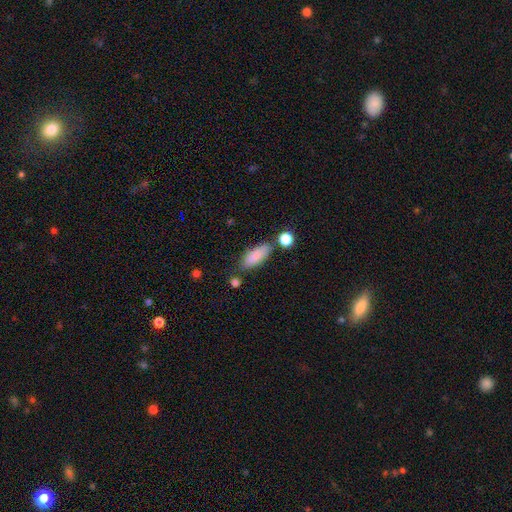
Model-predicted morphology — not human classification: type=smooth (86%); roundness=in between (72%); merging=none (70%).